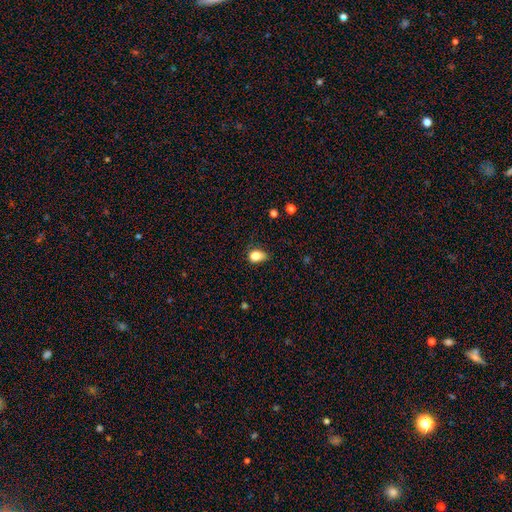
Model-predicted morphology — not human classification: Smooth or featured: smooth — 83% (star or artifact — 10%)
How rounded: in between — 70% (round — 29%)
Merging: none — 53% (minor disturbance — 37%)